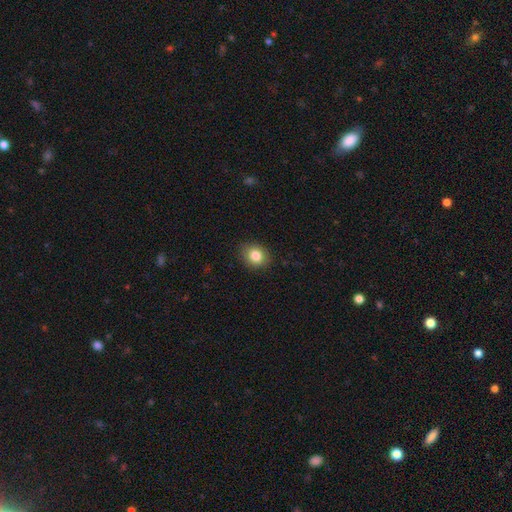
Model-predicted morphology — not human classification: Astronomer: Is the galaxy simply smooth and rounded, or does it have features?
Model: smooth — 84%.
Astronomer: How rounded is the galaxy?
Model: round — 61% (runner-up: in between, 38%).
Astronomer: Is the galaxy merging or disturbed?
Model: none — 86%.